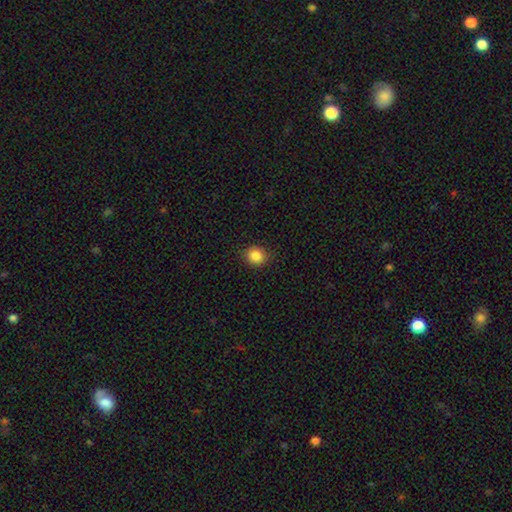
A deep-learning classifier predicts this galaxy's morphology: A smooth galaxy with no disk features (85%) that is round (81%). Merging: none (89%).